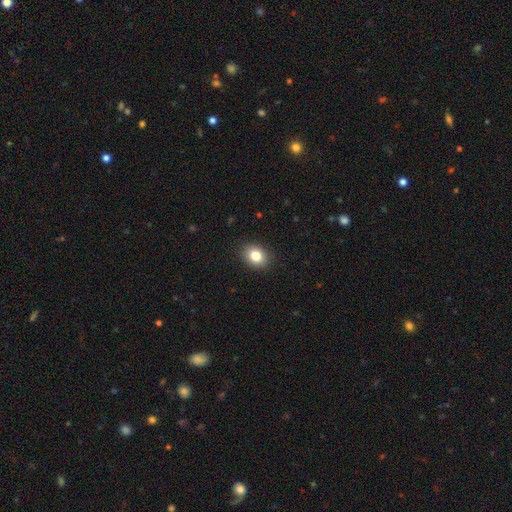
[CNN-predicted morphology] This is clearly a smooth galaxy (82%). How rounded: possibly in between (57%). Merging: clearly none (89%).